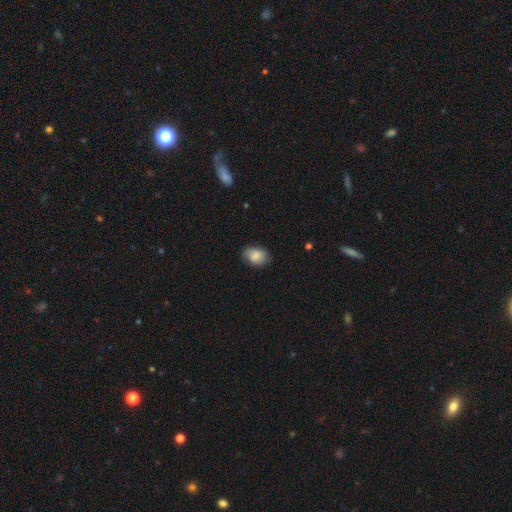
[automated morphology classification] Smooth or featured?
  - smooth: 81% *
  - featured or disk: 12%
  - star or artifact: 8%
How rounded?
  - in between: 80% *
  - round: 19%
  - cigar-shaped: 1%
Merging?
  - none: 73% *
  - minor disturbance: 22%
  - major disturbance: 4%
  - merger: 1%